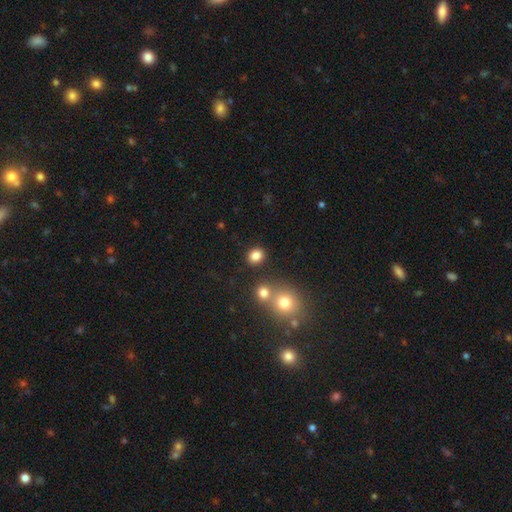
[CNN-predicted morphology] Smooth or featured? smooth (83%)
How rounded? round (67%)
Merging? none (81%)